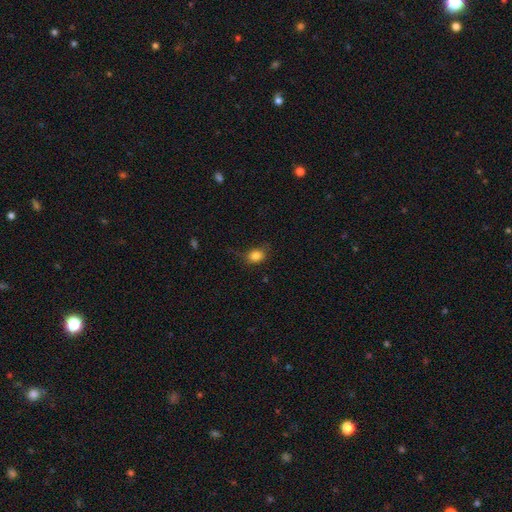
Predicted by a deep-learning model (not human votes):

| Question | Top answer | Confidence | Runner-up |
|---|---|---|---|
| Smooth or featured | smooth | 84% | star or artifact (10%) |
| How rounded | in between | 56% | round (43%) |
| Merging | none | 69% | minor disturbance (23%) |